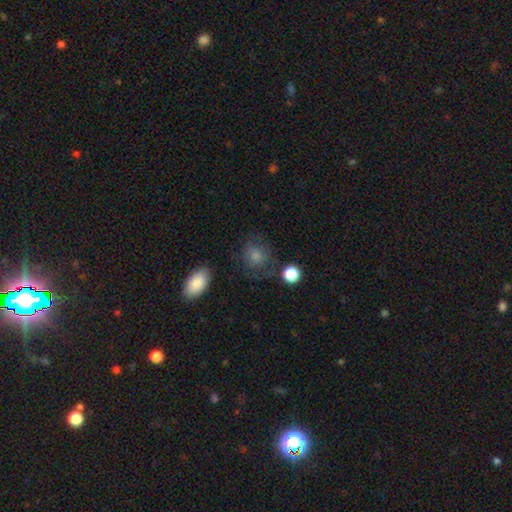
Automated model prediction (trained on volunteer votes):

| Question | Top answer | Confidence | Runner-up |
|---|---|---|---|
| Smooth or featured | smooth | 78% | star or artifact (12%) |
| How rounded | round | 76% | in between (23%) |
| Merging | none | 64% | minor disturbance (20%) |